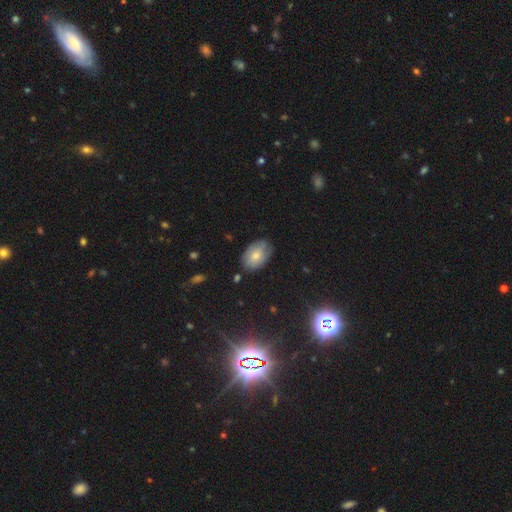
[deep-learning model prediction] smooth_or_featured: smooth (p=0.73) [alt: featured or disk p=0.19]
how_rounded: in between (p=0.88) [alt: round p=0.11]
merging: none (p=0.76) [alt: minor disturbance p=0.19]